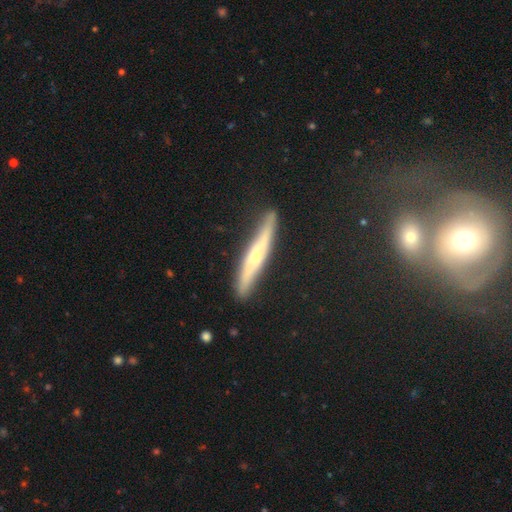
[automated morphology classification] Smooth or featured? featured or disk (58%)
Edge-on disk? yes (90%)
Edge-on bulge? rounded (64%)
Merging? none (84%)